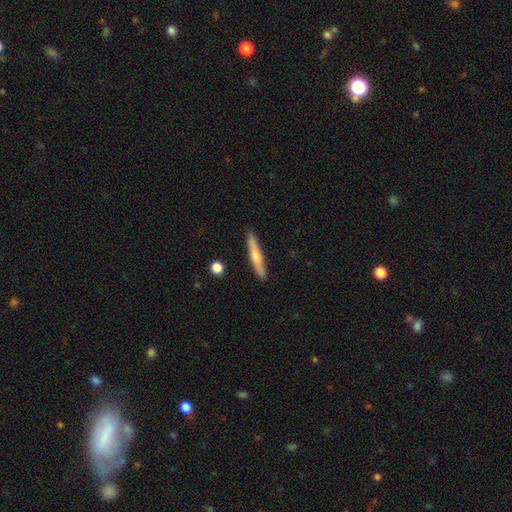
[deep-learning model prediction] This appears to be a smooth galaxy with no disk features (54%) that is cigar-shaped (93%). Merging: none (90%).